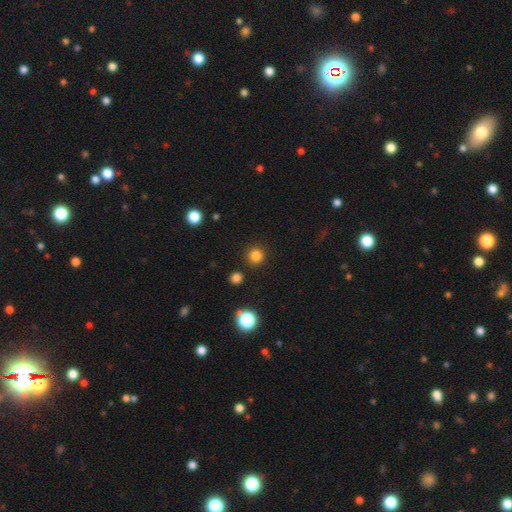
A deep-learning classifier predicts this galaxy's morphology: The model was most divided on "smooth or featured": smooth: 82%, star or artifact: 14%, featured or disk: 4%. More confident: how rounded — round (95%); merging — none (91%).